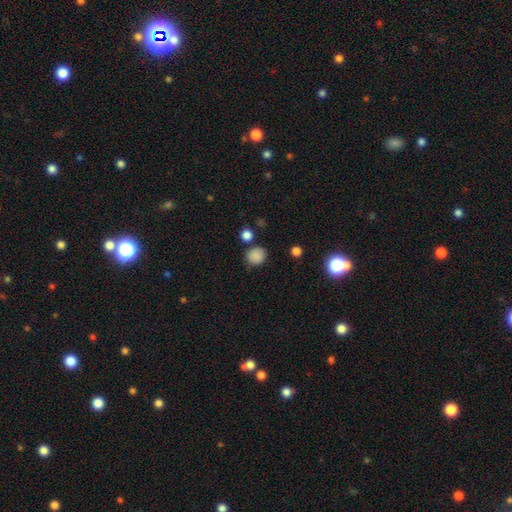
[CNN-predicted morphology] This appears to be a smooth galaxy with no disk features (85%) that is round (83%). Merging: none (77%).